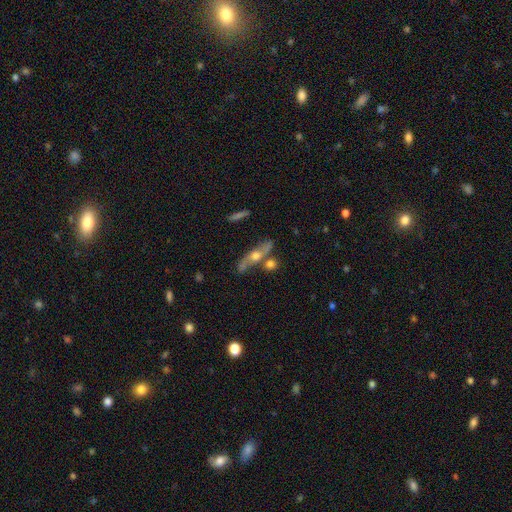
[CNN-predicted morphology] This appears to be a featured or disk galaxy (70%) viewed edge-on (61%). Merging: none (62%).